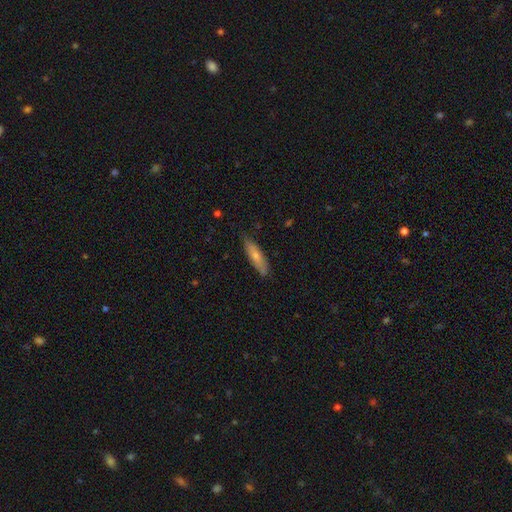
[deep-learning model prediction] The model was most divided on "how rounded": cigar-shaped: 69%, in between: 30%, round: 2%. More confident: merging — none (81%); smooth or featured — smooth (69%).